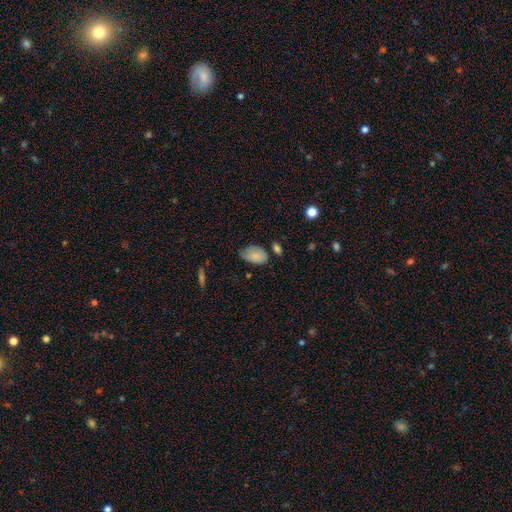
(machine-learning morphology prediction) smooth 81%, featured or disk 11%, star or artifact 8%. Down the decision tree: how rounded — in between (90%); merging — none (47%).